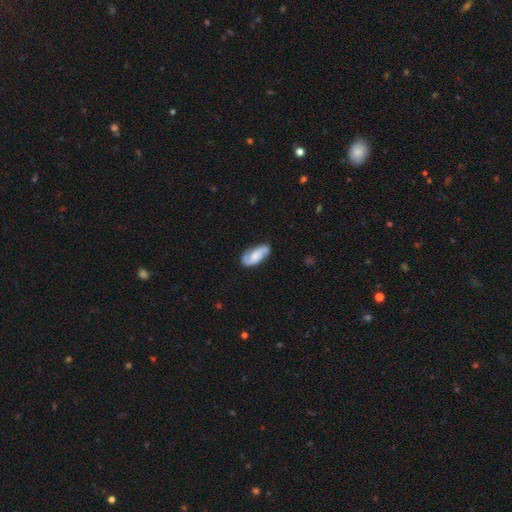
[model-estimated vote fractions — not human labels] A featured or disk galaxy (61%) with no bar (57%), 2 (87%) medium (42%) spiral arms (93%) and a small central bulge (35%, tied with moderate). Merging: none (72%).